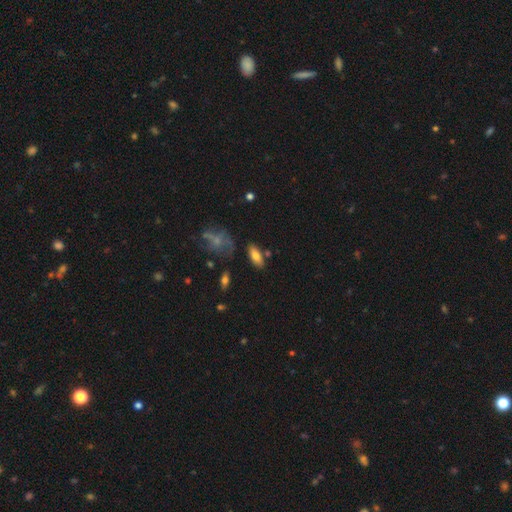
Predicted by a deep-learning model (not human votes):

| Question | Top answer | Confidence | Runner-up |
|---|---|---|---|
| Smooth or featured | smooth | 77% | featured or disk (15%) |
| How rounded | in between | 80% | cigar-shaped (17%) |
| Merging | none | 76% | minor disturbance (14%) |